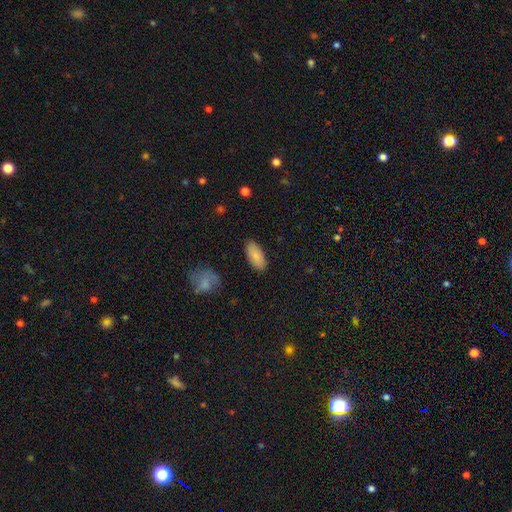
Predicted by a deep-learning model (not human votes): This appears to be a smooth galaxy with no disk features (87%) that is in between round and cigar-shaped (89%). Merging: none (86%).